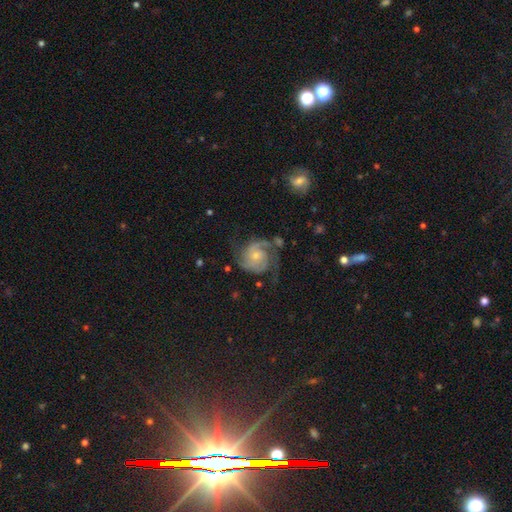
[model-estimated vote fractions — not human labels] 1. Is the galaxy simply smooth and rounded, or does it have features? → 86% featured or disk, 9% smooth, 6% star or artifact.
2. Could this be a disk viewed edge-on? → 98% no, 2% yes.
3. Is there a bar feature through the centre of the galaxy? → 69% no, 26% weak, 5% strong.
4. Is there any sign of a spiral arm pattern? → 97% yes, 3% no.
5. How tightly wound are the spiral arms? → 48% medium, 33% tight, 18% loose.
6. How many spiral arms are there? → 66% 2, 15% 3, 8% can't tell, 4% 1, 3% 4, 3% more than 4.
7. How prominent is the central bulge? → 59% small, 33% moderate, 4% none, 3% large, 1% dominant.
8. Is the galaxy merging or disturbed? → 61% none, 20% minor disturbance, 16% major disturbance, 3% merger.